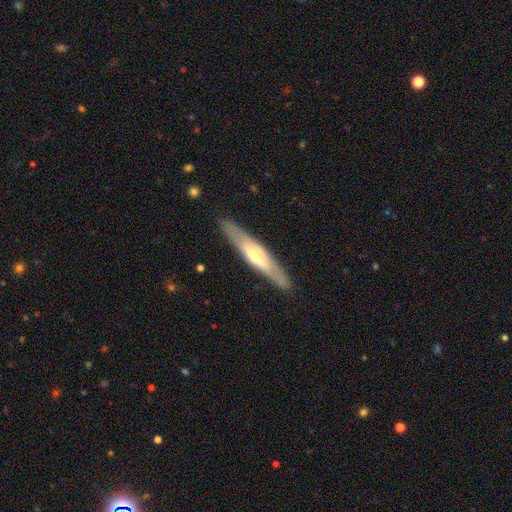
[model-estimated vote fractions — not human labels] A featured or disk galaxy (53%) viewed edge-on (86%). Merging: none (88%).